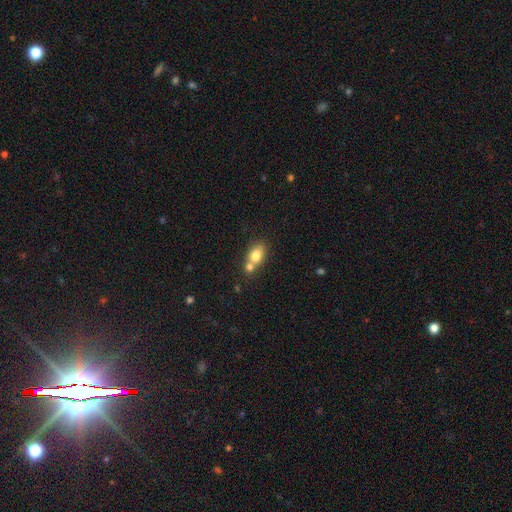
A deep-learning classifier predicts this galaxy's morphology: smooth_or_featured: smooth (p=0.77) [alt: featured or disk p=0.14]
how_rounded: in between (p=0.72) [alt: round p=0.25]
merging: merger (p=0.47) [alt: none p=0.39]